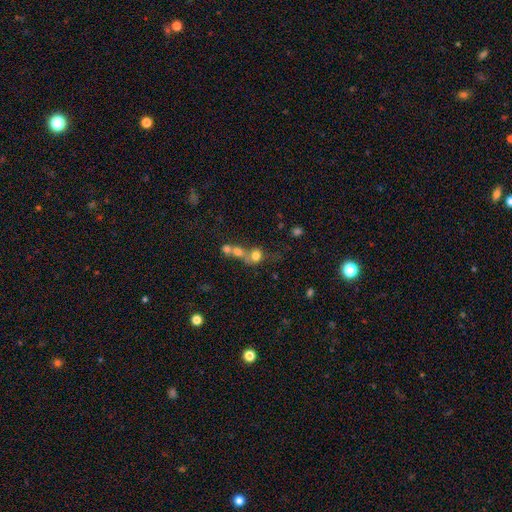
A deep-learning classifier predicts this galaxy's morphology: smooth_or_featured: smooth (p=0.69) [alt: featured or disk p=0.17]
how_rounded: round (p=0.75) [alt: in between p=0.23]
merging: merger (p=0.60) [alt: none p=0.27]